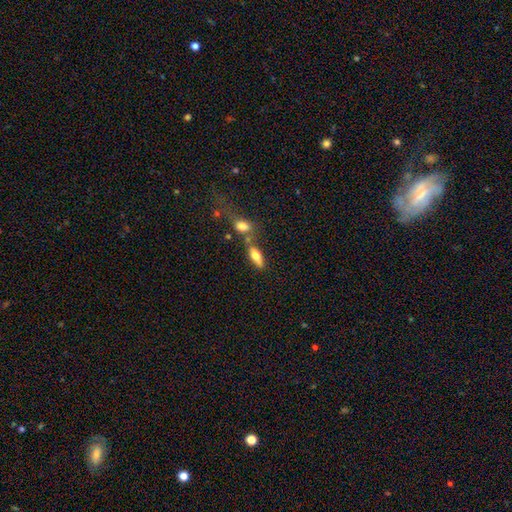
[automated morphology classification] type=smooth (64%); roundness=in between (68%); merging=none (56%).